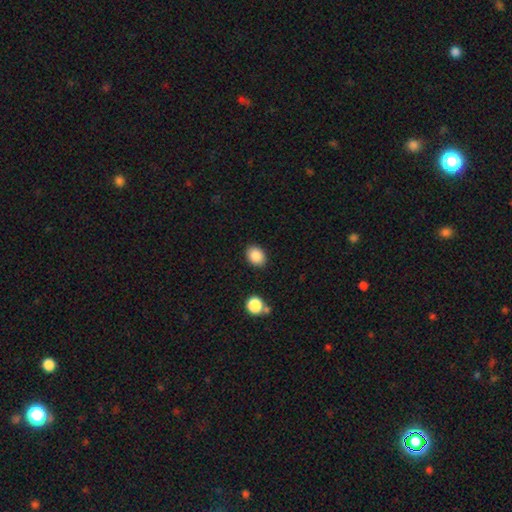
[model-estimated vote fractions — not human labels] This is clearly a smooth galaxy (88%). How rounded: likely in between (67%). Merging: clearly none (87%).